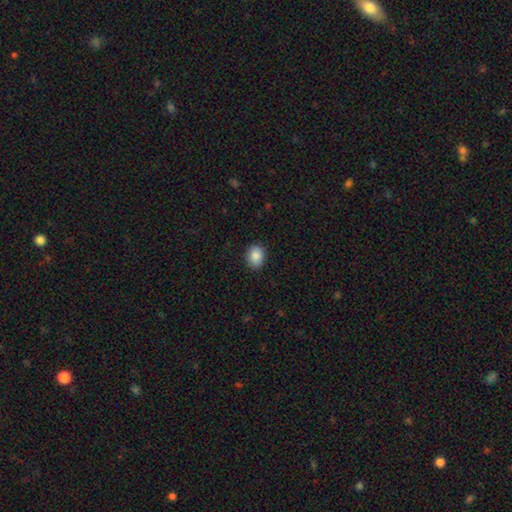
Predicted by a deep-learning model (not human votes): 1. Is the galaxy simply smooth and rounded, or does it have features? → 88% smooth, 8% star or artifact, 4% featured or disk.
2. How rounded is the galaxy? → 67% in between, 33% round, 1% cigar-shaped.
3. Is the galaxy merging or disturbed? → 89% none, 8% minor disturbance, 2% major disturbance, 1% merger.